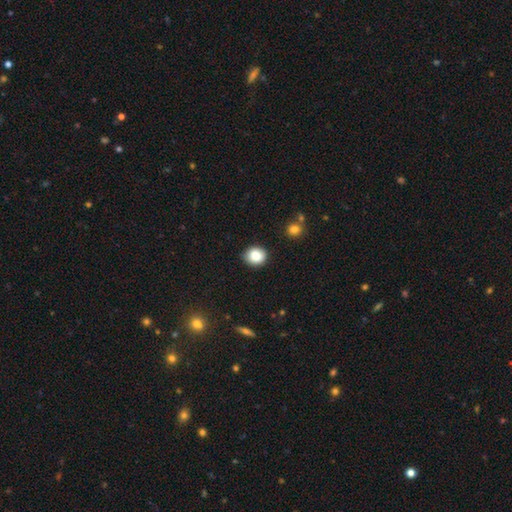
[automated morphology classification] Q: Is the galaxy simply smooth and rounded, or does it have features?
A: smooth — 85%.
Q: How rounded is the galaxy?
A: round — 69%.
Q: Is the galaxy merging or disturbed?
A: none — 86%.